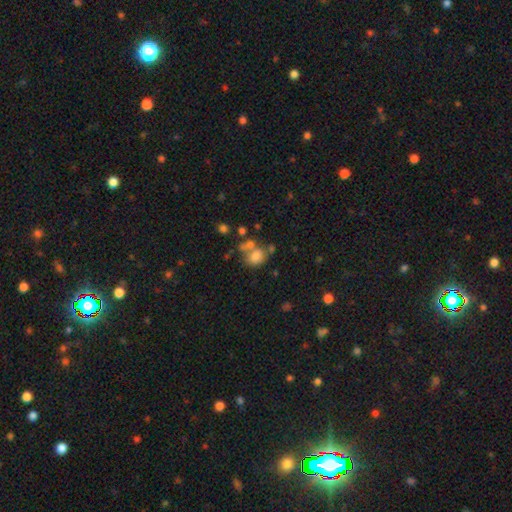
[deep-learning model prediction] Overall: smooth (72%). How rounded: in between (50%; round 48%). Merging: none (40%; merger 32%).